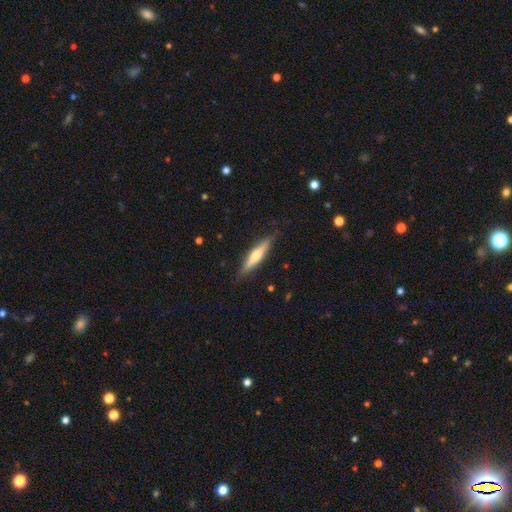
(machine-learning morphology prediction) The model was most divided on "smooth or featured": featured or disk: 48%, smooth: 46%, star or artifact: 6%. More confident: merging — none (85%).